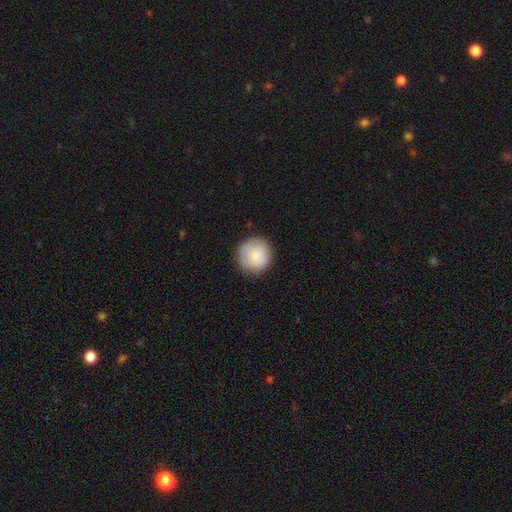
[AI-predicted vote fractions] Smooth or featured?
  - smooth: 82% *
  - featured or disk: 11%
  - star or artifact: 7%
How rounded?
  - round: 94% *
  - in between: 5%
  - cigar-shaped: 1%
Merging?
  - none: 83% *
  - minor disturbance: 12%
  - major disturbance: 3%
  - merger: 1%